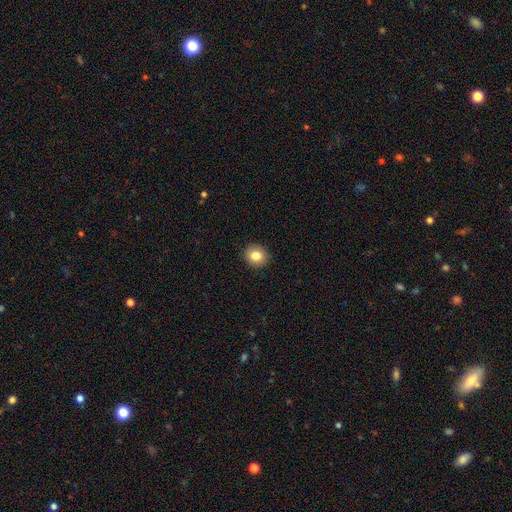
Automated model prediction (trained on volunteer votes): This is clearly a smooth galaxy (83%). How rounded: clearly round (84%). Merging: clearly none (92%).